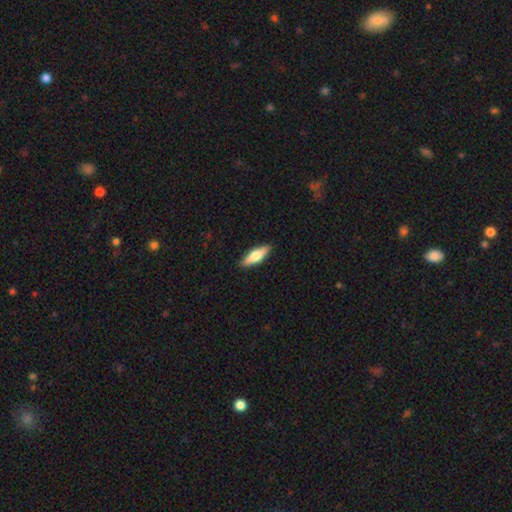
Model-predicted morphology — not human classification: Q: Smooth or featured?
A: smooth (61%); runner-up: featured or disk (34%)
Q: How rounded?
A: cigar-shaped (51%); runner-up: in between (47%)
Q: Merging?
A: none (90%); runner-up: minor disturbance (8%)